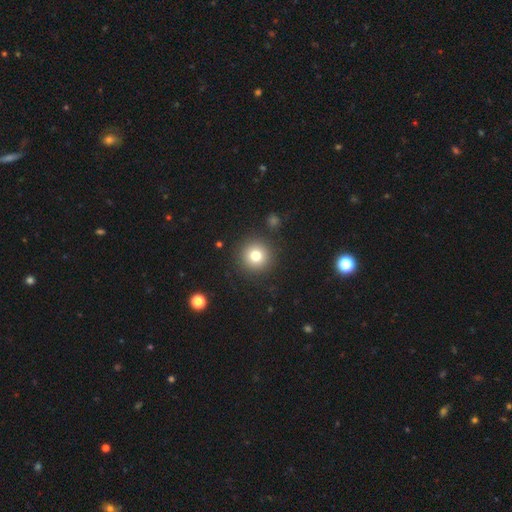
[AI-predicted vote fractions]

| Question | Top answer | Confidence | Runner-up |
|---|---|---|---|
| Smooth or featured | smooth | 78% | star or artifact (13%) |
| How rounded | round | 96% | in between (3%) |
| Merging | none | 90% | minor disturbance (6%) |